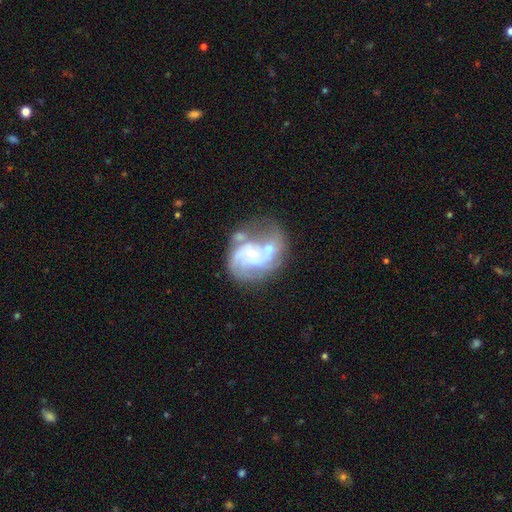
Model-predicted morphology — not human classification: Smooth or featured?
  - featured or disk: 81% *
  - smooth: 11%
  - star or artifact: 8%
Edge-on disk?
  - no: 98% *
  - yes: 2%
Bar?
  - no: 66% *
  - weak: 27%
  - strong: 7%
Spiral arms?
  - yes: 89% *
  - no: 11%
Spiral winding?
  - medium: 47% *
  - tight: 32%
  - loose: 21%
Spiral arm count?
  - 2: 47% *
  - 3: 20%
  - can't tell: 20%
  - 4: 5%
  - 1: 5%
  - more than 4: 3%
Bulge size?
  - small: 66% *
  - moderate: 27%
  - none: 4%
  - large: 2%
  - dominant: 1%
Merging?
  - none: 36% *
  - merger: 28%
  - minor disturbance: 19%
  - major disturbance: 18%